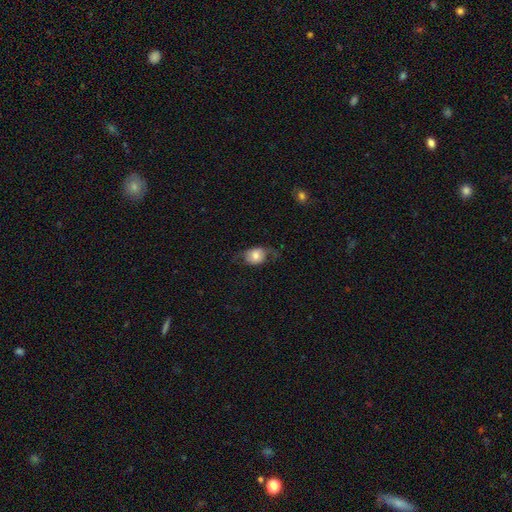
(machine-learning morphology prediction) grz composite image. It shows a smooth galaxy with no disk features (62%) that is in between round and cigar-shaped (54%). Merging: none (58%).